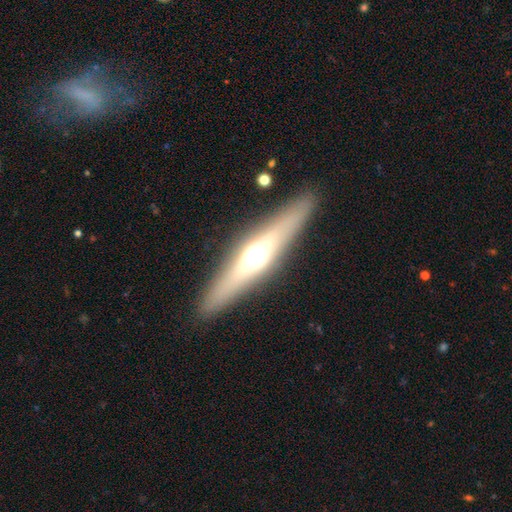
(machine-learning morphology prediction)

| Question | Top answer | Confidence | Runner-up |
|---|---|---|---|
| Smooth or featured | featured or disk | 61% | smooth (31%) |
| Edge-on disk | yes | 90% | no (10%) |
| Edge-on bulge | rounded | 93% | none (4%) |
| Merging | none | 89% | minor disturbance (7%) |